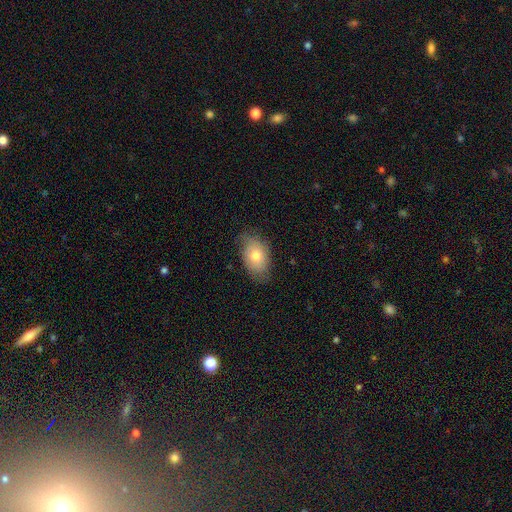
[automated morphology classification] This appears to be a smooth galaxy with no disk features (72%) that is in between round and cigar-shaped (88%). Merging: none (70%).